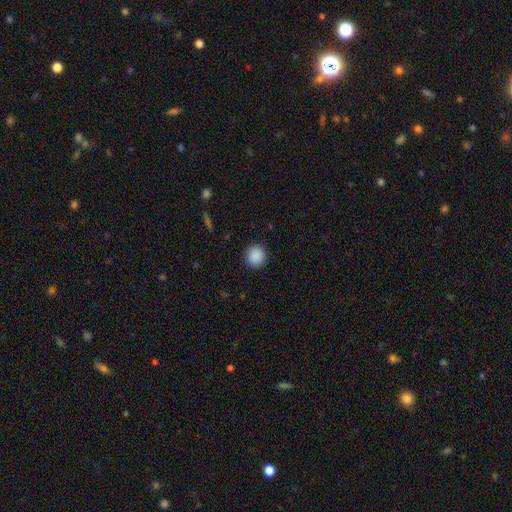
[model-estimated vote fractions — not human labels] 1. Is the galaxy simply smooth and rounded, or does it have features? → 89% smooth, 8% star or artifact, 3% featured or disk.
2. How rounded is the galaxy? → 85% round, 14% in between, 1% cigar-shaped.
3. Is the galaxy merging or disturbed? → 89% none, 8% minor disturbance, 2% major disturbance, 1% merger.